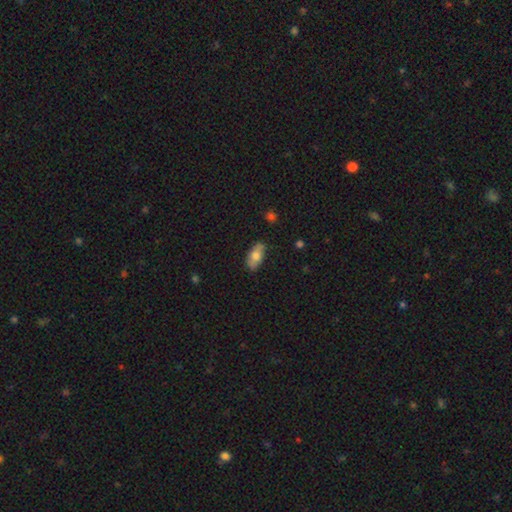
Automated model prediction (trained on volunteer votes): Smooth or featured? smooth (70%)
How rounded? in between (90%)
Merging? none (76%)